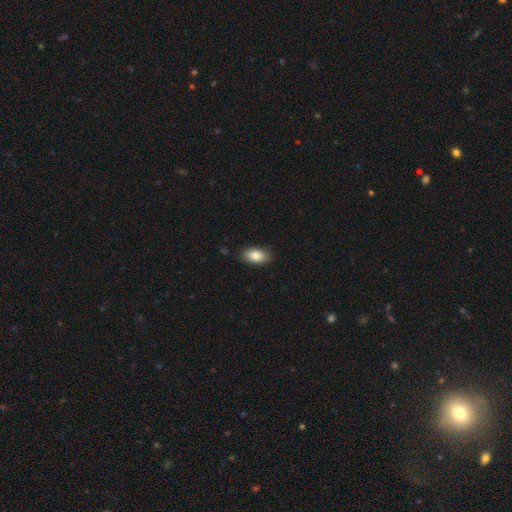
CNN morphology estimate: Smooth or featured? Predicted: smooth (p=0.83). How rounded? Predicted: in between (p=0.92). Merging? Predicted: none (p=0.87).